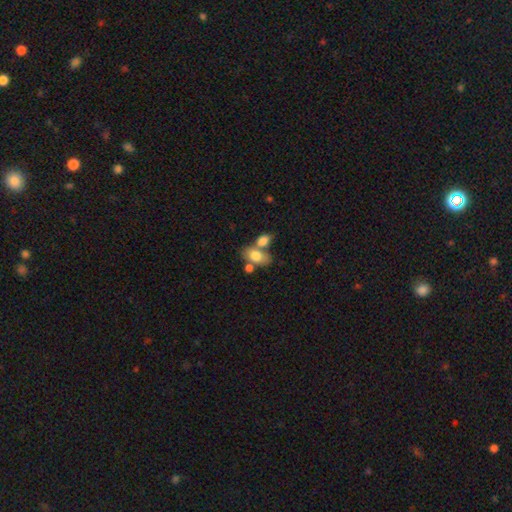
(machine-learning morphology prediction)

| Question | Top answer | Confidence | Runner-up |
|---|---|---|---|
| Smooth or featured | smooth | 75% | featured or disk (17%) |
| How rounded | in between | 86% | round (12%) |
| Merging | merger | 47% | none (38%) |